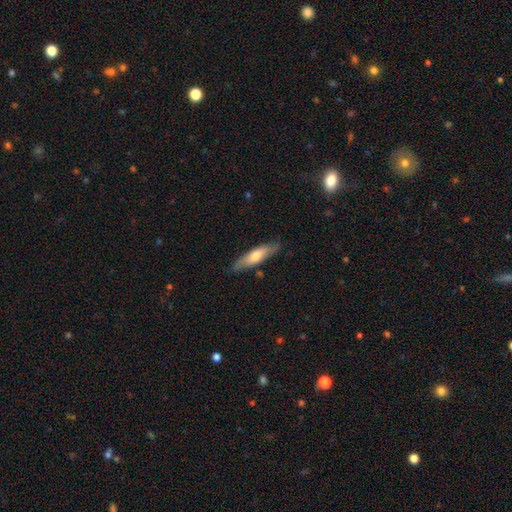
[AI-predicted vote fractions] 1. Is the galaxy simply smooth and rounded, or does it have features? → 57% smooth, 38% featured or disk, 6% star or artifact.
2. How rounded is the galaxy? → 74% cigar-shaped, 25% in between, 2% round.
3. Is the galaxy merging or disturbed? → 85% none, 12% minor disturbance, 2% major disturbance, 1% merger.